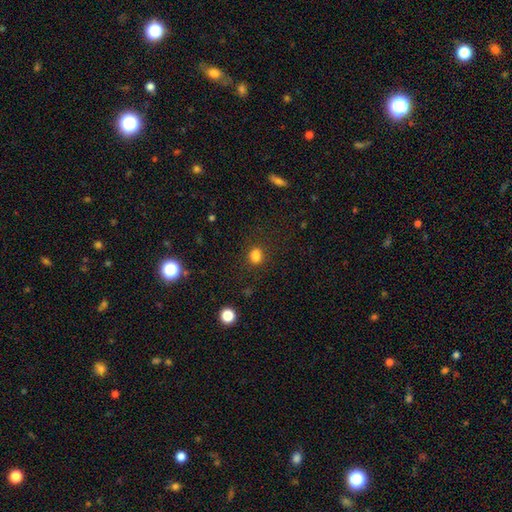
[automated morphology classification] Smooth or featured?
  - smooth: 77% *
  - star or artifact: 16%
  - featured or disk: 7%
How rounded?
  - round: 68% *
  - in between: 31%
  - cigar-shaped: 1%
Merging?
  - none: 61% *
  - merger: 22%
  - minor disturbance: 12%
  - major disturbance: 4%